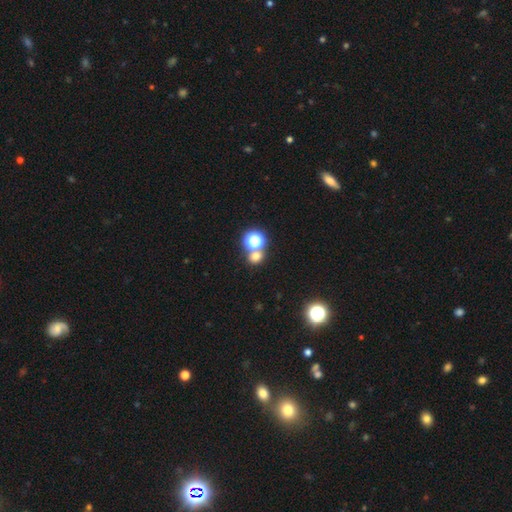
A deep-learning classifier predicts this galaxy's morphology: Smooth or featured?
  - smooth: 66% *
  - star or artifact: 27%
  - featured or disk: 7%
How rounded?
  - round: 79% *
  - in between: 20%
  - cigar-shaped: 1%
Merging?
  - none: 62% *
  - merger: 28%
  - minor disturbance: 7%
  - major disturbance: 3%